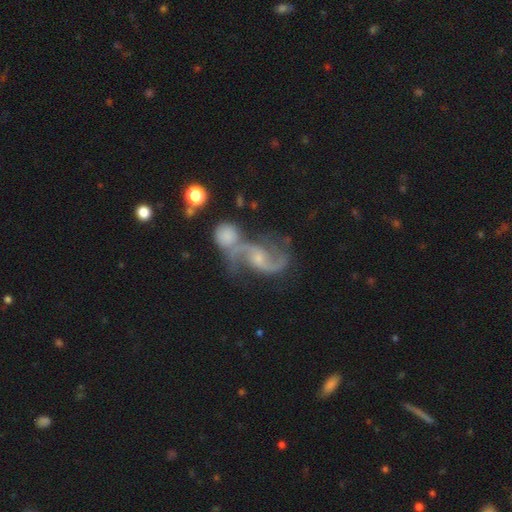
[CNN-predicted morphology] This appears to be a featured or disk galaxy (82%) with a weak bar (44%), 2 (86%) loose (49%) spiral arms (93%) and a small central bulge (55%). Merging: merger (52%).